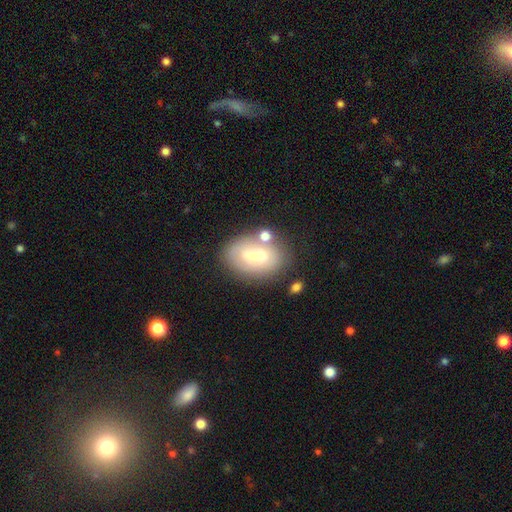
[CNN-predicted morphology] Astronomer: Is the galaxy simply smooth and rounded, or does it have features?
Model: smooth — 50% (runner-up: featured or disk, 40%).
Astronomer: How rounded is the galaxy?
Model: in between — 80%.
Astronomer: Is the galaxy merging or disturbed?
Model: none — 50%.